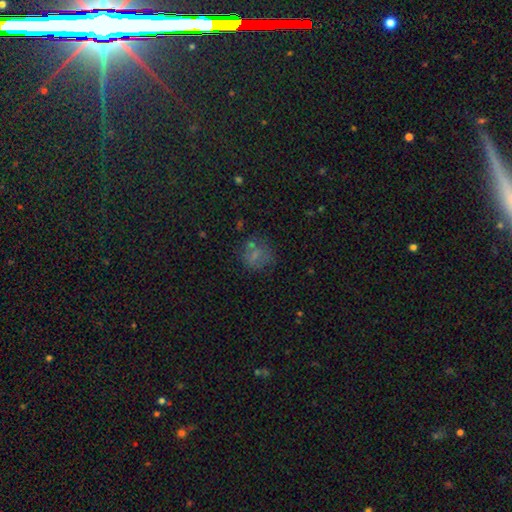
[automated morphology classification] This appears to be a smooth galaxy with no disk features (54%) that is round (78%). Merging: none (62%).